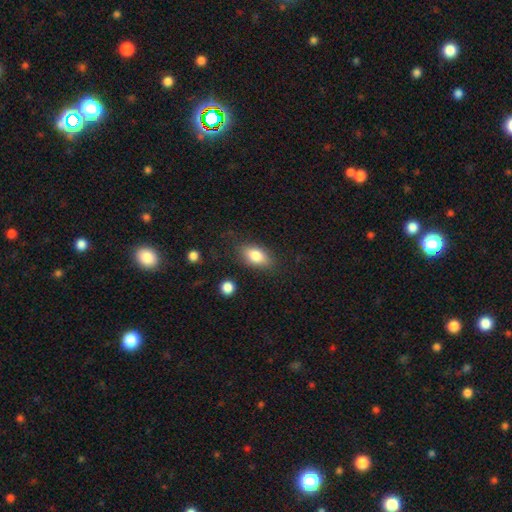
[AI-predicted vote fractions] smooth_or_featured: smooth (p=0.82) [alt: featured or disk p=0.10]
how_rounded: in between (p=0.88) [alt: round p=0.07]
merging: none (p=0.79) [alt: minor disturbance p=0.14]